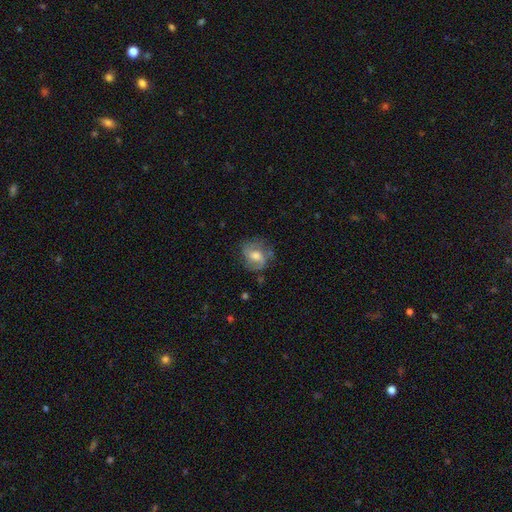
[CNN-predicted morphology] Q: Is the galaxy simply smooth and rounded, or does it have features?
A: featured or disk — 54%.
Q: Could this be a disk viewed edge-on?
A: no — 96%.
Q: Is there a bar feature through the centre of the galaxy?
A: weak — 44%.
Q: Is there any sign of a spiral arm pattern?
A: yes — 79%.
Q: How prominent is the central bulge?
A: moderate — 60%.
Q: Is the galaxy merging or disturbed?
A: none — 64%.